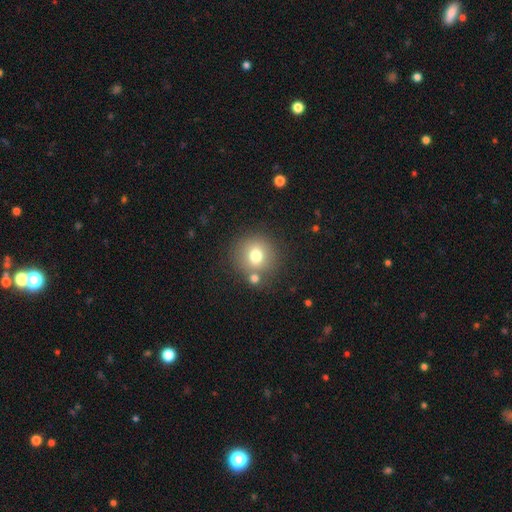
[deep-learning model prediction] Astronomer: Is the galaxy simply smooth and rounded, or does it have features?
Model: smooth — 74%.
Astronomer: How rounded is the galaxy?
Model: round — 91%.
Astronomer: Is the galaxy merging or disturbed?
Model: none — 74%.